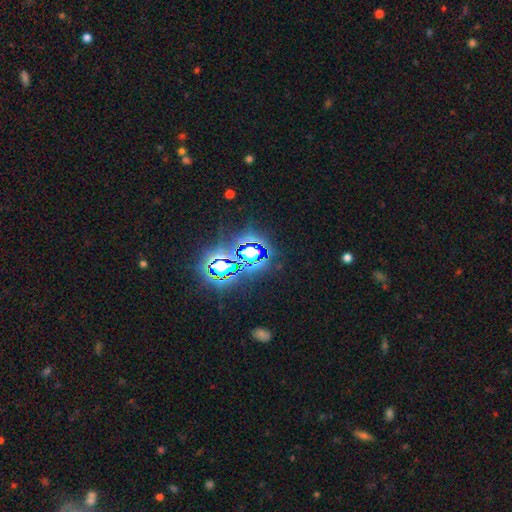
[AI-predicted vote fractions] Smooth or featured? Predicted: star or artifact (p=0.79).